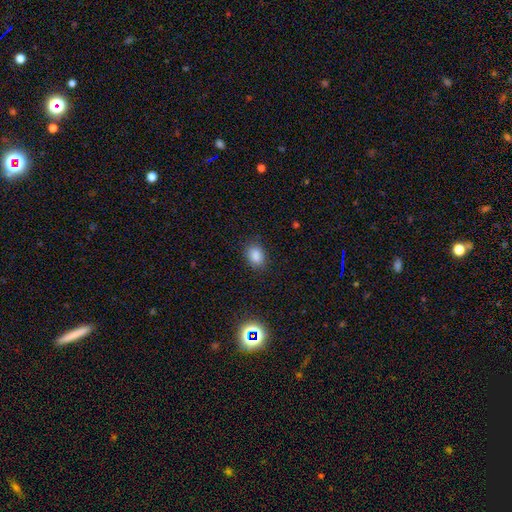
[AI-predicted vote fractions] This is clearly a smooth galaxy (84%). How rounded: likely in between (65%). Merging: clearly none (83%).